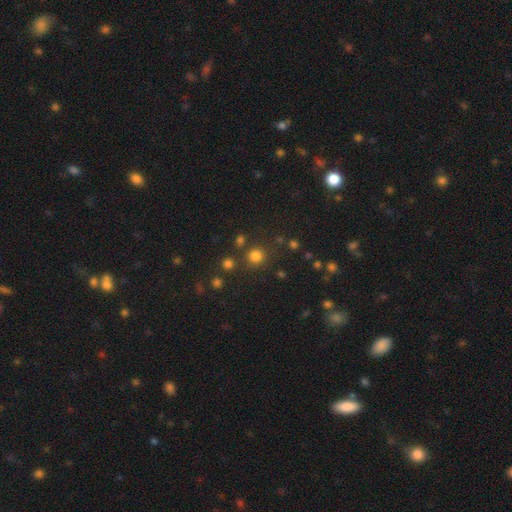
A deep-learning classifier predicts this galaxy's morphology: smooth-or-featured: smooth: 79% | star or artifact: 17% | featured or disk: 5%
  how-rounded: round: 91% | in between: 8% | cigar-shaped: 1%
  merging: none: 82% | minor disturbance: 8% | merger: 7% | major disturbance: 4%